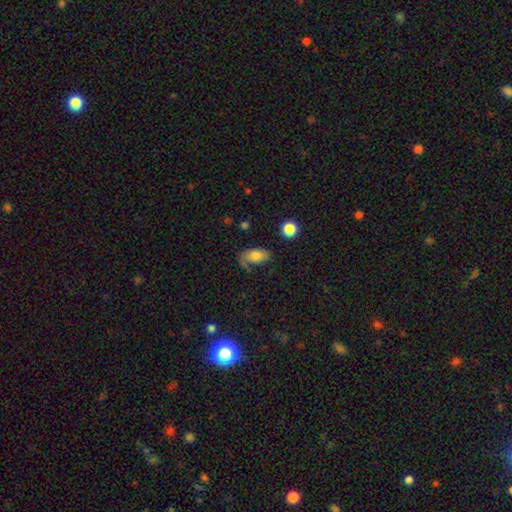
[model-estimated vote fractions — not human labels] Overall: smooth (67%). How rounded: in between (90%). Merging: none (49%; minor disturbance 26%).